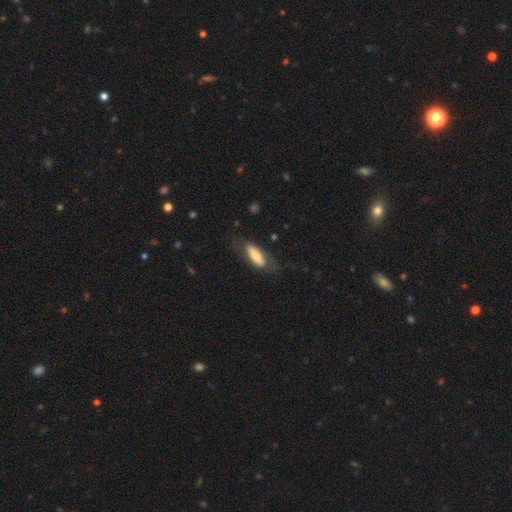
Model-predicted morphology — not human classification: smooth 64%, featured or disk 30%, star or artifact 6%. Down the decision tree: how rounded — in between (72%); merging — none (66%).